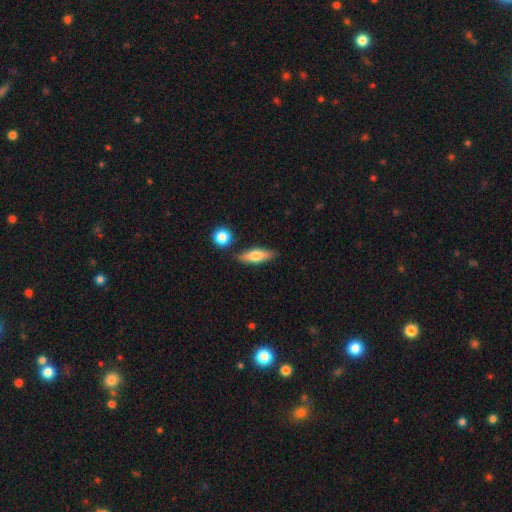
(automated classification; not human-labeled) Overall: smooth (68%). How rounded: in between (61%; cigar-shaped 35%). Merging: none (81%).